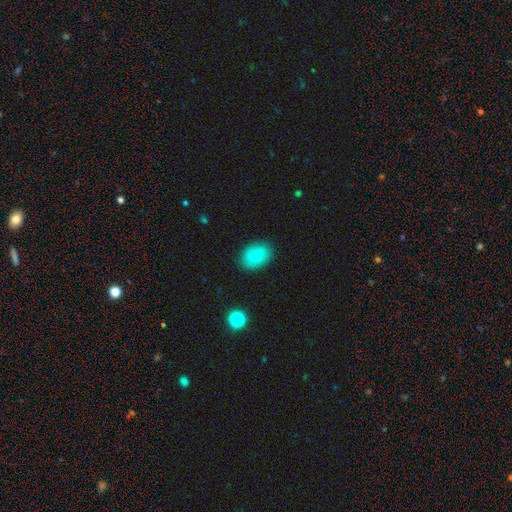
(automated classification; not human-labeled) A smooth galaxy with no disk features (77%) that is in between round and cigar-shaped (68%). Merging: none (87%).